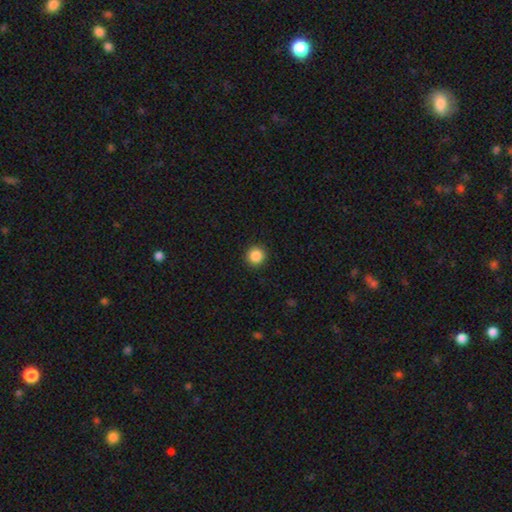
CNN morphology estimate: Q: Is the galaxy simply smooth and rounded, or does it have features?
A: smooth — 87%.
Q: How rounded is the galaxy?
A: round — 94%.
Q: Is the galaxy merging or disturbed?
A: none — 92%.